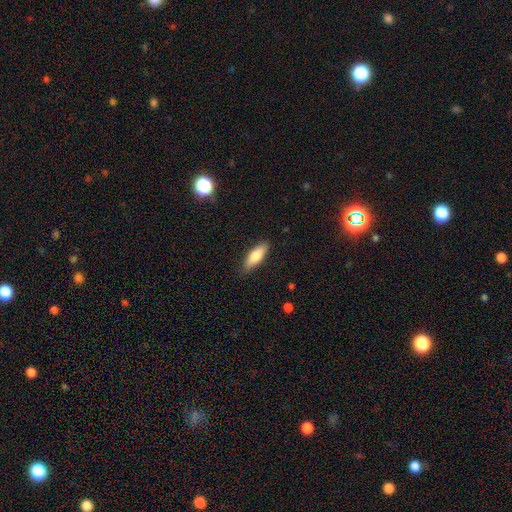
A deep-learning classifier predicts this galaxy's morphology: smooth-or-featured: smooth: 78% | featured or disk: 16% | star or artifact: 6%
  how-rounded: in between: 57% | cigar-shaped: 41% | round: 2%
  merging: none: 86% | minor disturbance: 11% | major disturbance: 2% | merger: 1%